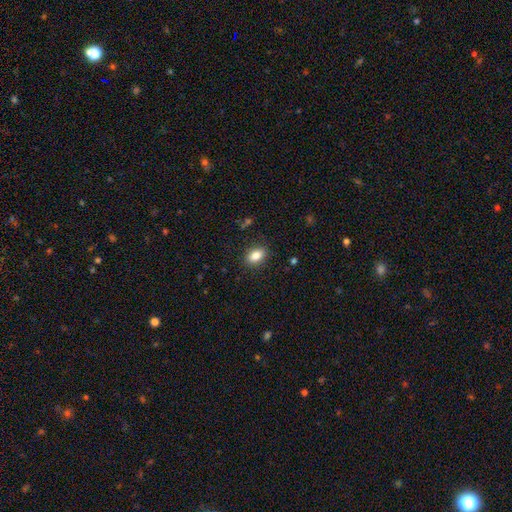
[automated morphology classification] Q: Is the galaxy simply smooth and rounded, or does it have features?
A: smooth — 84%.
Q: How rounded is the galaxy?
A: in between — 83%.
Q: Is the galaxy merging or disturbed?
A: none — 87%.